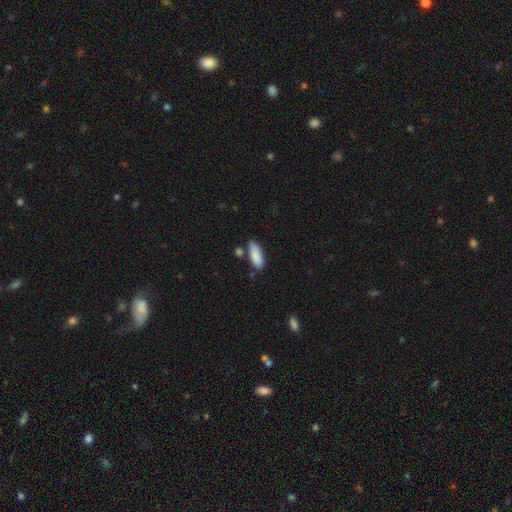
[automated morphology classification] The model was most divided on "how rounded": in between: 75%, cigar-shaped: 23%, round: 2%. More confident: smooth or featured — smooth (88%); merging — none (70%).